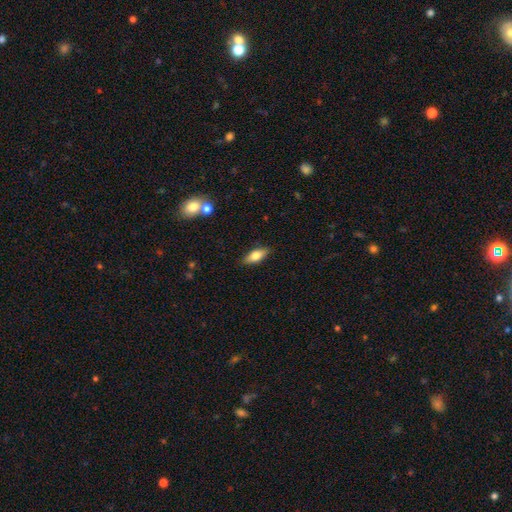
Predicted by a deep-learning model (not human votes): Q: Smooth or featured?
A: smooth (69%); runner-up: featured or disk (24%)
Q: How rounded?
A: in between (75%); runner-up: cigar-shaped (22%)
Q: Merging?
A: none (86%); runner-up: minor disturbance (10%)